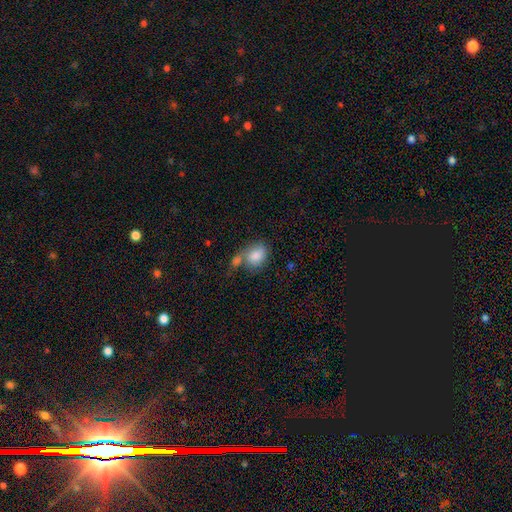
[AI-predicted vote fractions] smooth_or_featured: smooth (p=0.82) [alt: featured or disk p=0.11]
how_rounded: in between (p=0.67) [alt: round p=0.32]
merging: merger (p=0.40) [alt: none p=0.36]